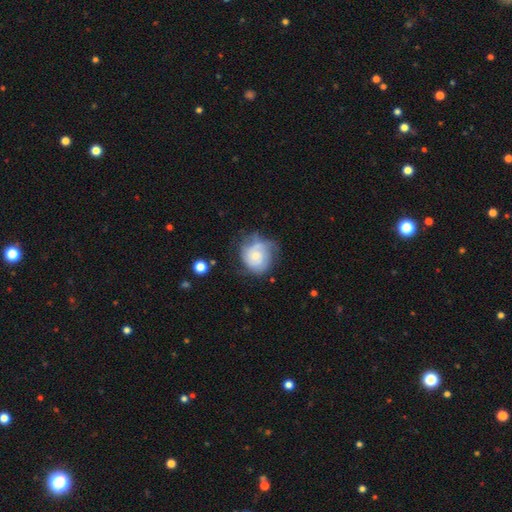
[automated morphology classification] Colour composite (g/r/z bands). It shows a featured or disk galaxy (54%) with no bar (78%), spiral arms (77%) and a small central bulge (54%). Merging: none (48%).